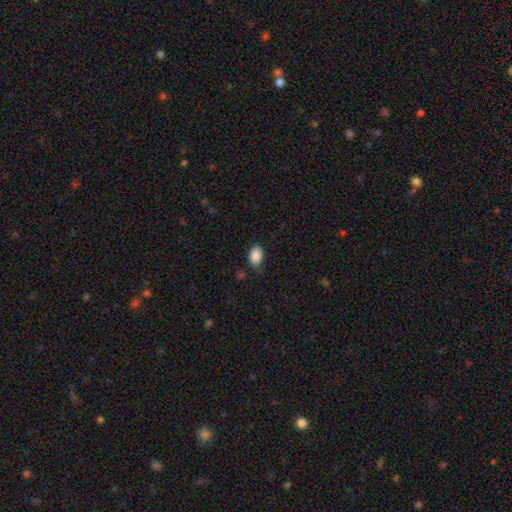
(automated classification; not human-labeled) smooth-or-featured: smooth: 88% | star or artifact: 8% | featured or disk: 5%
  how-rounded: in between: 88% | round: 11% | cigar-shaped: 1%
  merging: none: 73% | minor disturbance: 21% | major disturbance: 4% | merger: 2%